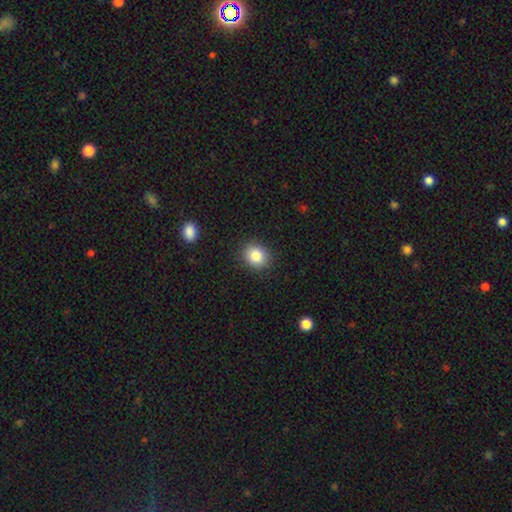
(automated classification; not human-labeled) smooth 84%, star or artifact 10%, featured or disk 6%. Down the decision tree: how rounded — round (65%); merging — none (89%).